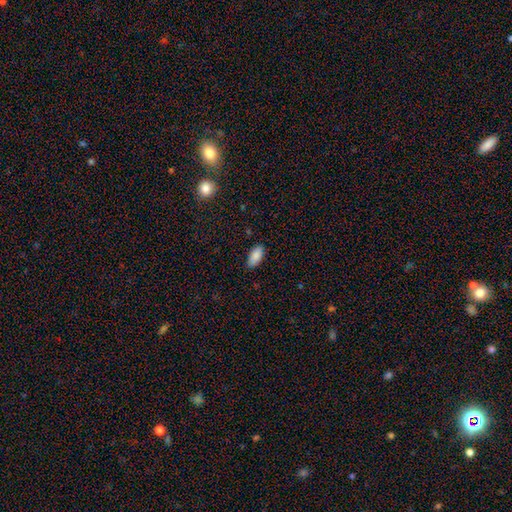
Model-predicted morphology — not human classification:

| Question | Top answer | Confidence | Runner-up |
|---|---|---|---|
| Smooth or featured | smooth | 88% | star or artifact (7%) |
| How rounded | in between | 93% | cigar-shaped (5%) |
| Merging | none | 85% | minor disturbance (12%) |